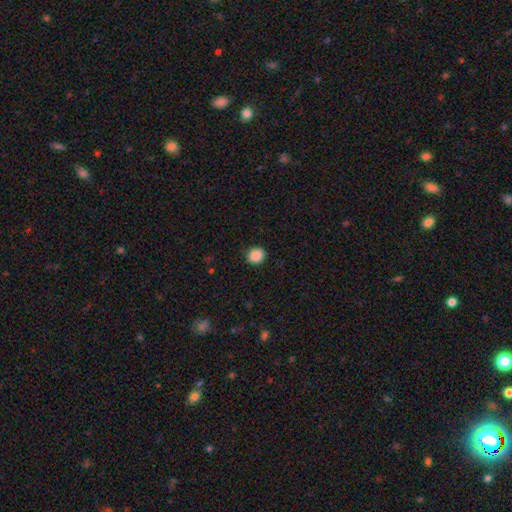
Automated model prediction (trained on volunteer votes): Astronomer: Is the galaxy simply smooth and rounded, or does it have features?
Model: smooth — 88%.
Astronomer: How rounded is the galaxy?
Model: round — 83%.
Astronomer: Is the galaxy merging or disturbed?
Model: none — 88%.